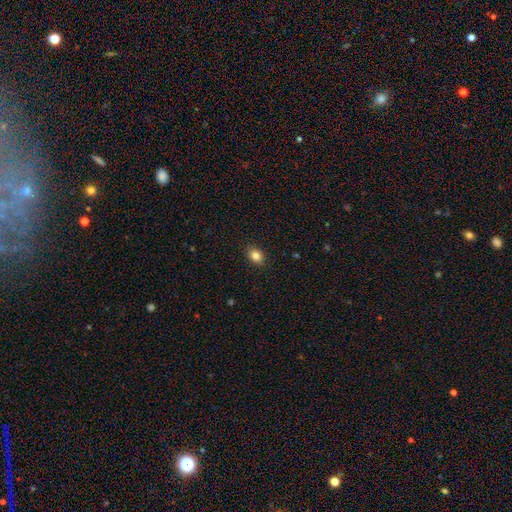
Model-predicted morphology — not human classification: smooth_or_featured: smooth (p=0.85) [alt: star or artifact p=0.09]
how_rounded: in between (p=0.71) [alt: round p=0.28]
merging: none (p=0.88) [alt: minor disturbance p=0.09]